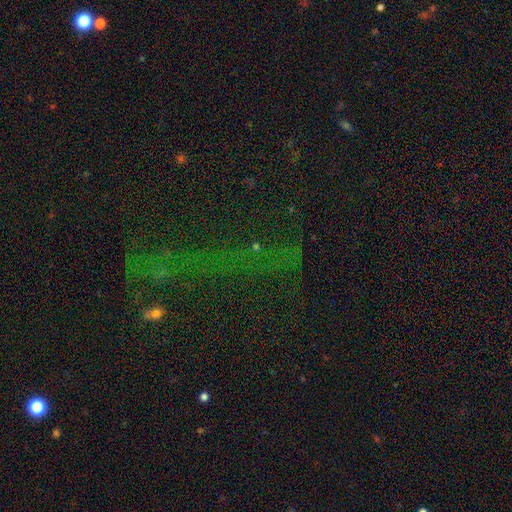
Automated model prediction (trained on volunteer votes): Overall: star or artifact (71%).